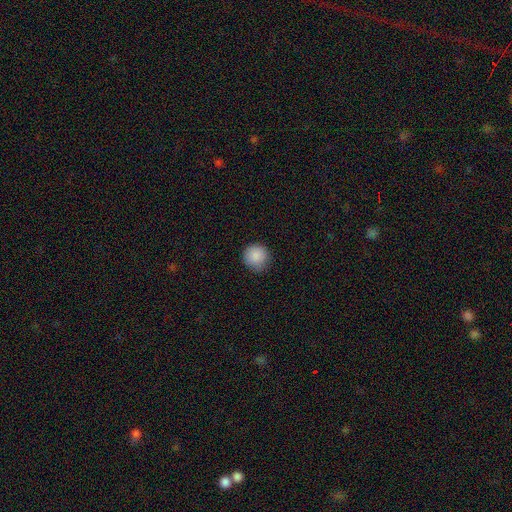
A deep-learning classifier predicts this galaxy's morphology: Overall: smooth (88%). How rounded: round (94%). Merging: none (85%).